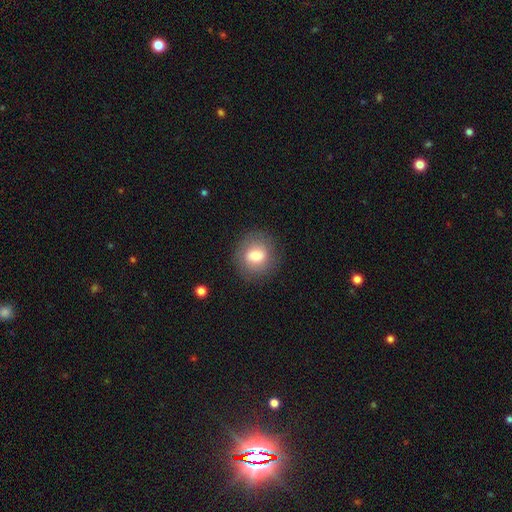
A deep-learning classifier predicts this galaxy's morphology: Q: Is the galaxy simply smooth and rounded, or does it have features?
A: smooth — 71%.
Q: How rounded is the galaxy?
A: round — 81%.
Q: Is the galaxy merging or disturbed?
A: none — 84%.